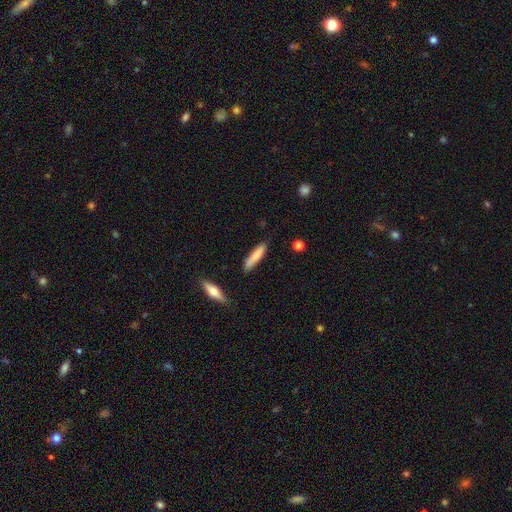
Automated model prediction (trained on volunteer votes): The model was most divided on "smooth or featured": smooth: 78%, featured or disk: 16%, star or artifact: 6%. More confident: how rounded — cigar-shaped (85%); merging — none (84%).